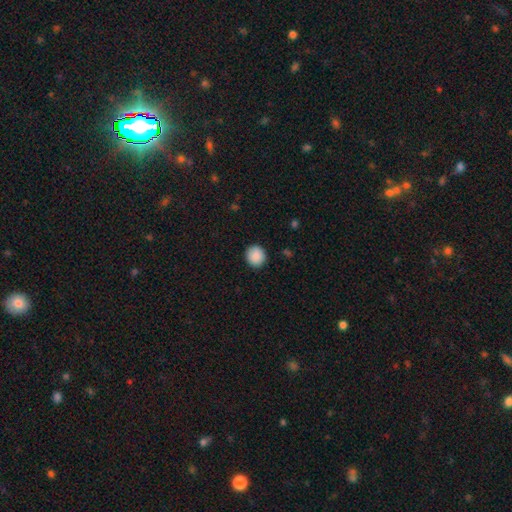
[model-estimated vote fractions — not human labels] Smooth or featured: smooth — 89% (star or artifact — 8%)
How rounded: round — 89% (in between — 10%)
Merging: none — 91% (minor disturbance — 6%)